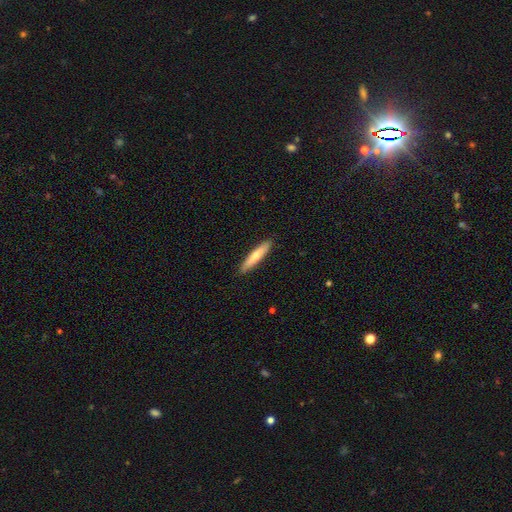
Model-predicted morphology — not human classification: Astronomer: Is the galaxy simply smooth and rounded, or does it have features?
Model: smooth — 64%.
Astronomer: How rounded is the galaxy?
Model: cigar-shaped — 91%.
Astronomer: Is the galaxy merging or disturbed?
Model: none — 91%.